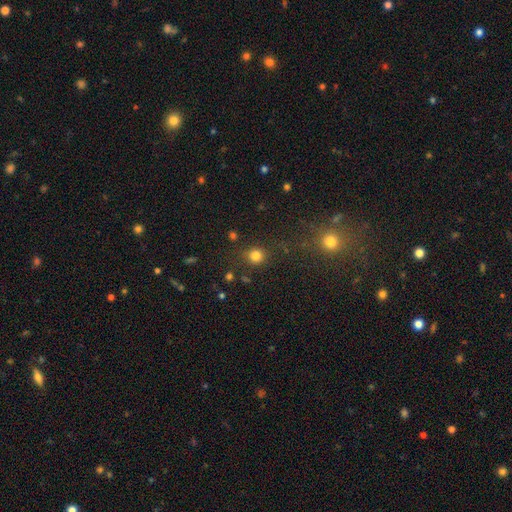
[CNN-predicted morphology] This appears to be a smooth galaxy with no disk features (80%) that is round (90%). Merging: none (82%).